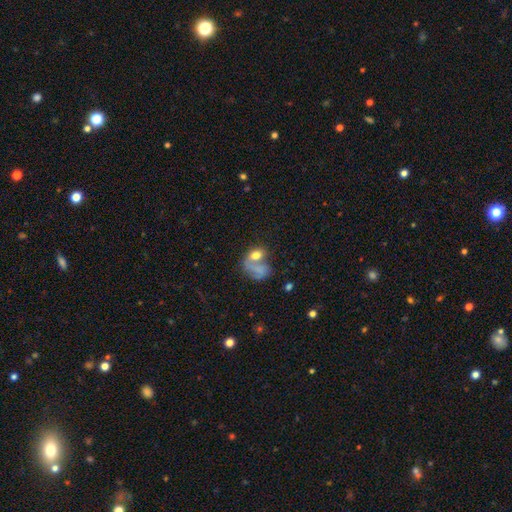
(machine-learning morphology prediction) A smooth galaxy with no disk features (64%) that is in between round and cigar-shaped (66%).

Vote fractions:
- Smooth or featured? smooth: 64% / featured or disk: 25% / star or artifact: 11%
- How rounded? in between: 66% / round: 31% / cigar-shaped: 2%
- Merging? merger: 52% / none: 21% / major disturbance: 16% / minor disturbance: 10%